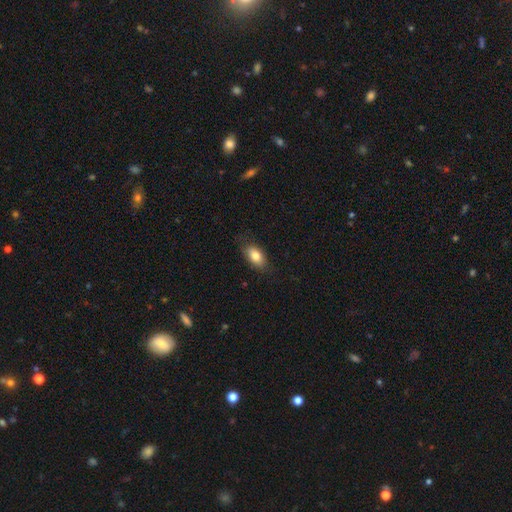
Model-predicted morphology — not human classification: This is likely a smooth galaxy (80%). How rounded: clearly in between (89%). Merging: clearly none (80%).